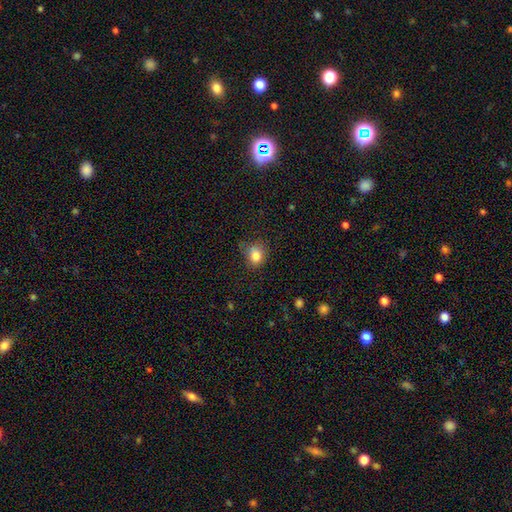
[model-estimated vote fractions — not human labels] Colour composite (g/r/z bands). It shows a smooth galaxy with no disk features (82%) that is round (66%). Merging: none (69%).